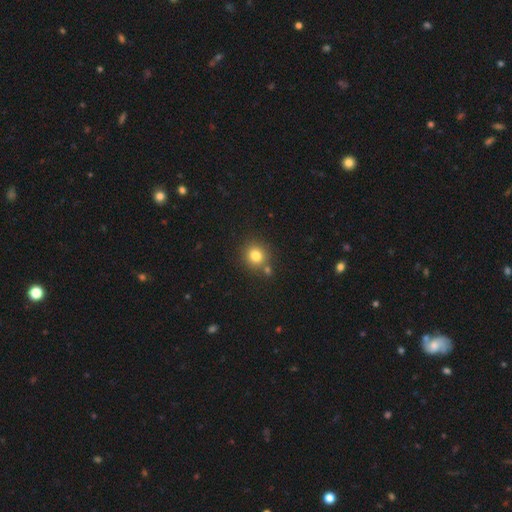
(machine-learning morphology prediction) Smooth or featured: smooth — 80% (star or artifact — 12%)
How rounded: round — 85% (in between — 14%)
Merging: none — 74% (merger — 13%)